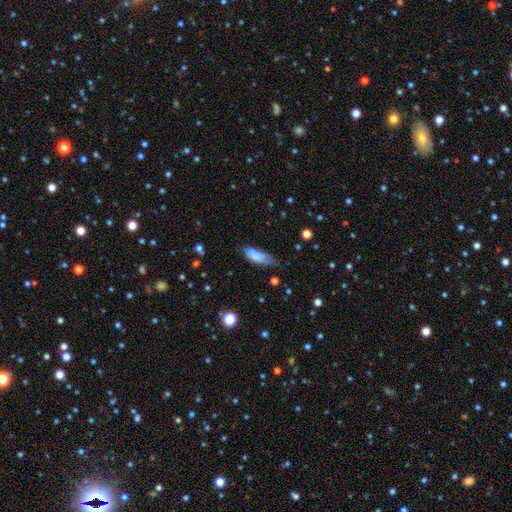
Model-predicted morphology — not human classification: Smooth or featured? smooth (79%)
How rounded? in between (77%)
Merging? none (44%)